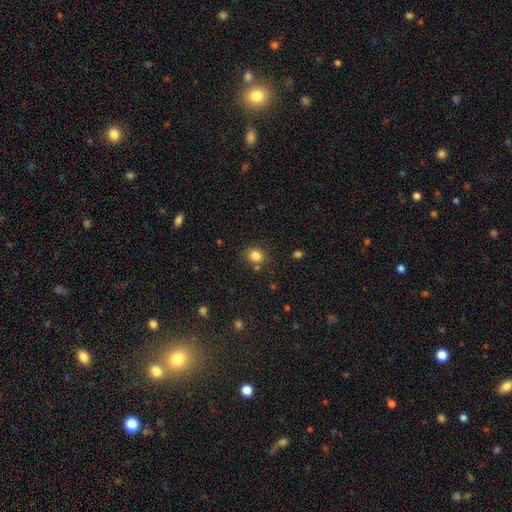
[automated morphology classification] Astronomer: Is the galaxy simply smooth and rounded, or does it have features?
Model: smooth — 83%.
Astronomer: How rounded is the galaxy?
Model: round — 74%.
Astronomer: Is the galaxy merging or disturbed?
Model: none — 79%.